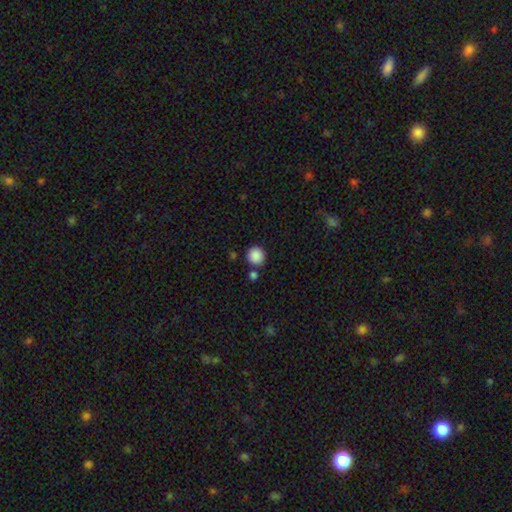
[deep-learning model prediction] Smooth or featured? smooth (88%)
How rounded? round (92%)
Merging? none (79%)